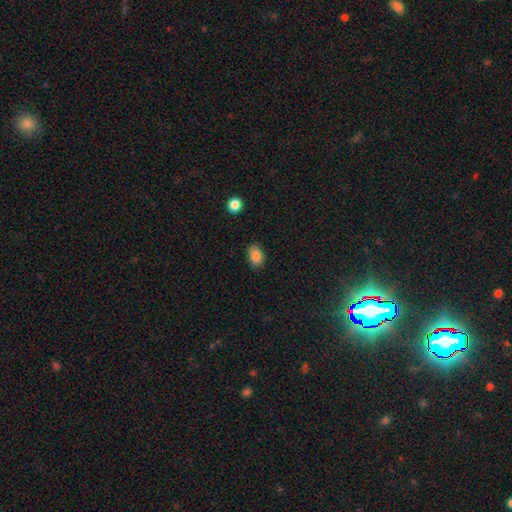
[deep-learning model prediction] Overall: smooth (86%). How rounded: in between (81%). Merging: none (84%).